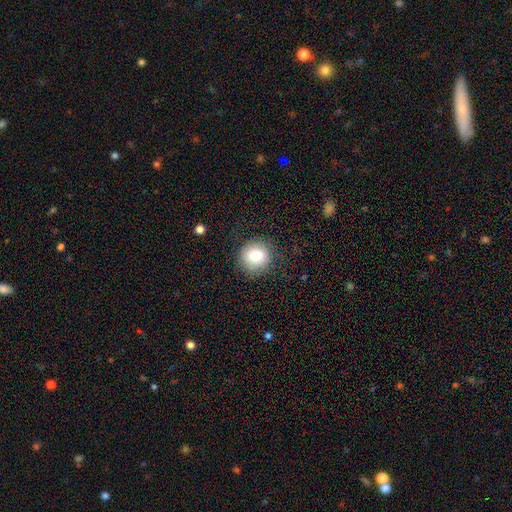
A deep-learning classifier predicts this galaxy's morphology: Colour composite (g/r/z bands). It shows a smooth galaxy with no disk features (80%) that is round (85%). Merging: none (82%).